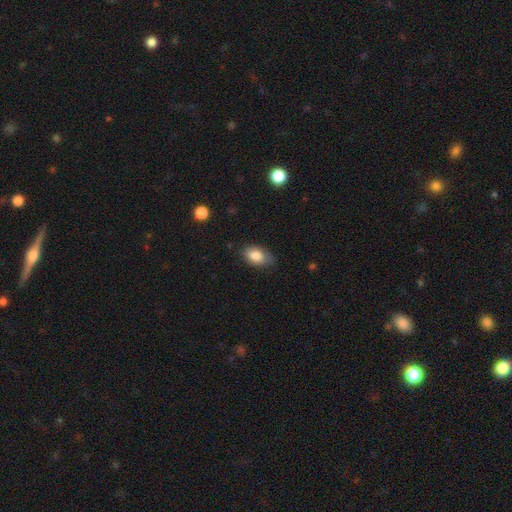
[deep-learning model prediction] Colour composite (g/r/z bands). It shows a smooth galaxy with no disk features (83%) that is in between round and cigar-shaped (89%). Merging: none (72%).